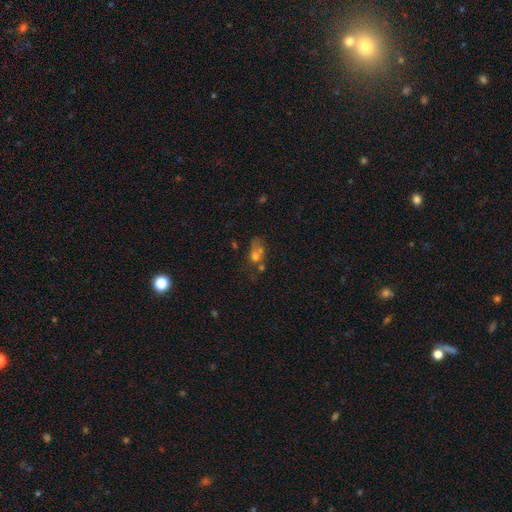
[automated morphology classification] Smooth or featured?
  - smooth: 55% *
  - featured or disk: 25%
  - star or artifact: 19%
How rounded?
  - round: 49% *
  - in between: 48%
  - cigar-shaped: 3%
Merging?
  - merger: 47% *
  - none: 25%
  - major disturbance: 15%
  - minor disturbance: 12%